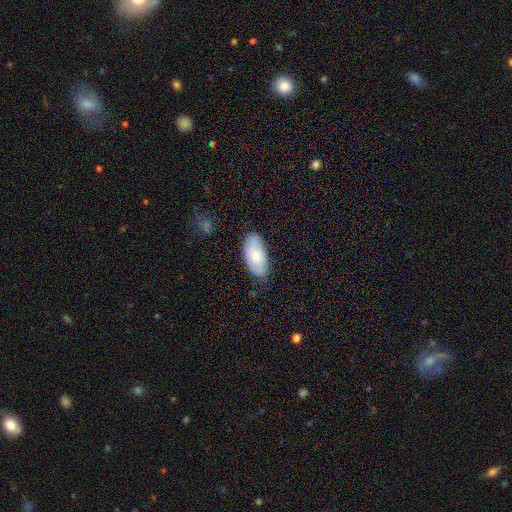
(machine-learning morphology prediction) type=smooth (68%); roundness=in between (92%); merging=none (80%).